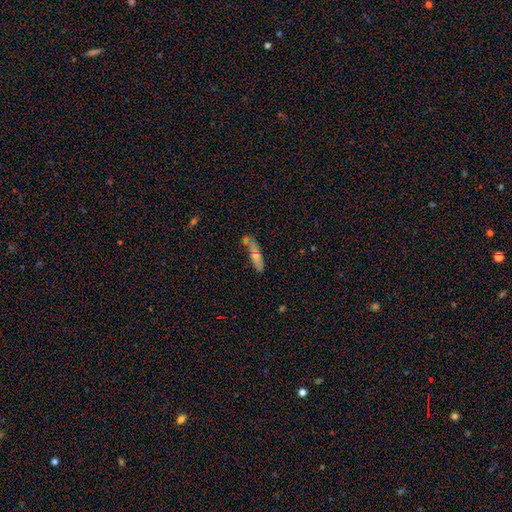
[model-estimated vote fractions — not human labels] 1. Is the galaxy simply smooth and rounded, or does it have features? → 60% smooth, 33% featured or disk, 7% star or artifact.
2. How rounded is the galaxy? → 64% cigar-shaped, 34% in between, 2% round.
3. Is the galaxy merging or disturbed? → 49% none, 23% merger, 21% minor disturbance, 7% major disturbance.